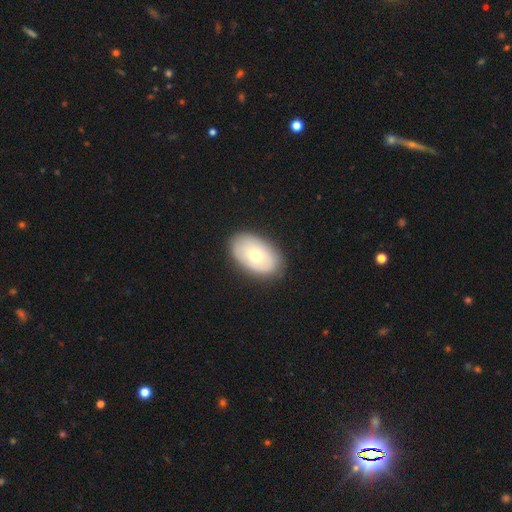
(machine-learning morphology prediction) Q: Smooth or featured?
A: smooth (61%); runner-up: featured or disk (33%)
Q: How rounded?
A: in between (90%); runner-up: round (9%)
Q: Merging?
A: none (87%); runner-up: minor disturbance (10%)